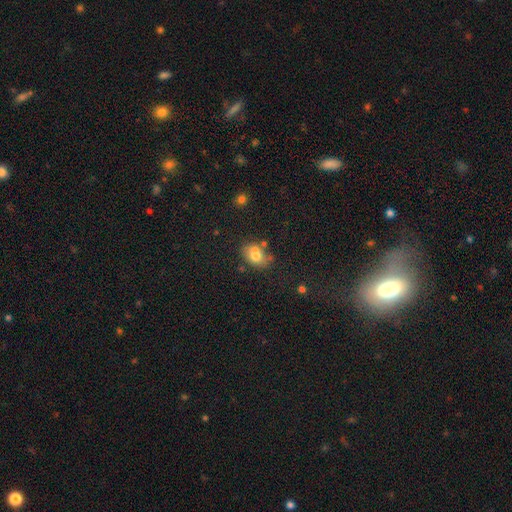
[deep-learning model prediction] smooth 72%, featured or disk 17%, star or artifact 11%. Down the decision tree: how rounded — in between (73%); merging — none (57%).